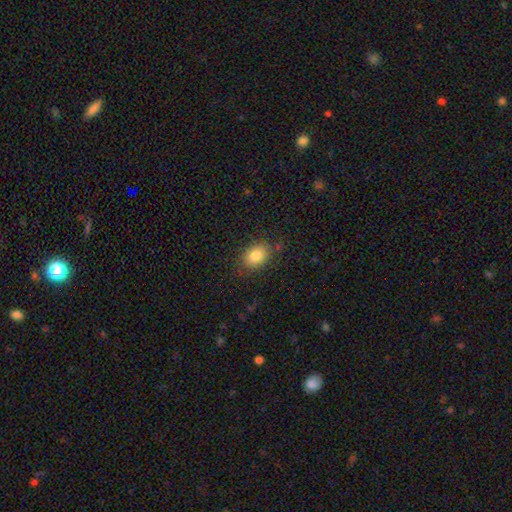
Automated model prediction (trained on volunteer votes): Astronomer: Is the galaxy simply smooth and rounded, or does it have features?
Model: smooth — 83%.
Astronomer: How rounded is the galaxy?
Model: in between — 72%.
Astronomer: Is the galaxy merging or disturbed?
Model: none — 81%.